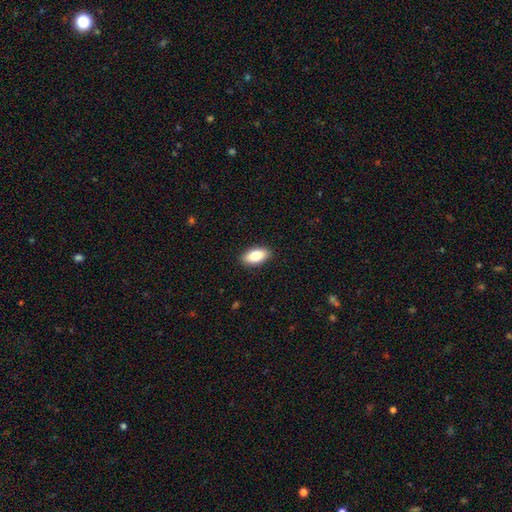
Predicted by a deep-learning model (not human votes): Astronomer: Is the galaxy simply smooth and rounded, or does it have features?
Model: smooth — 85%.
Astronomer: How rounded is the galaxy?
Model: in between — 93%.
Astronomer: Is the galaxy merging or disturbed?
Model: none — 90%.